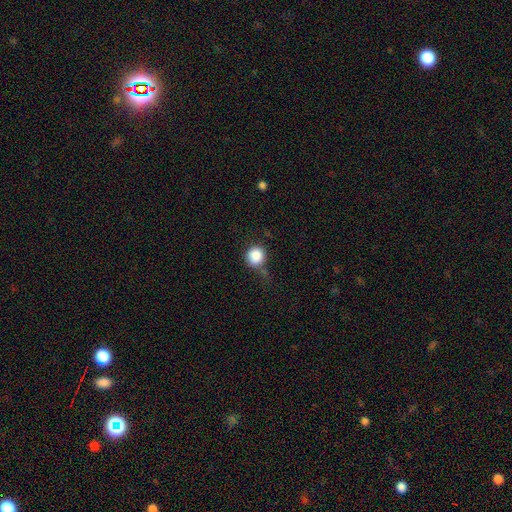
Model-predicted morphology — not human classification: A smooth galaxy with no disk features (87%) that is round (90%).

Vote fractions:
- Smooth or featured? smooth: 87% / star or artifact: 9% / featured or disk: 4%
- How rounded? round: 90% / in between: 9% / cigar-shaped: 1%
- Merging? none: 59% / minor disturbance: 26% / major disturbance: 9% / merger: 5%